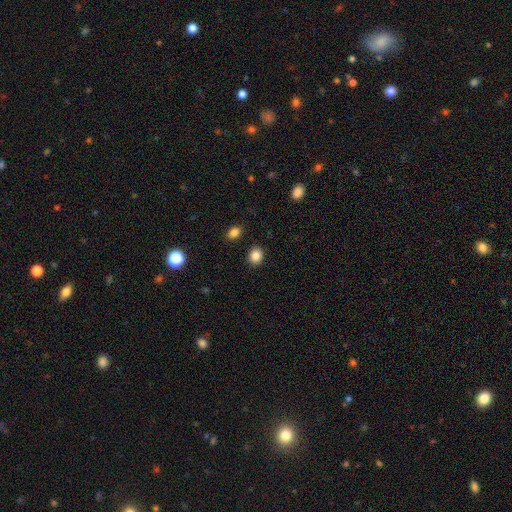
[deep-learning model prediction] This is clearly a smooth galaxy (86%). How rounded: likely round (62%). Merging: clearly none (88%).